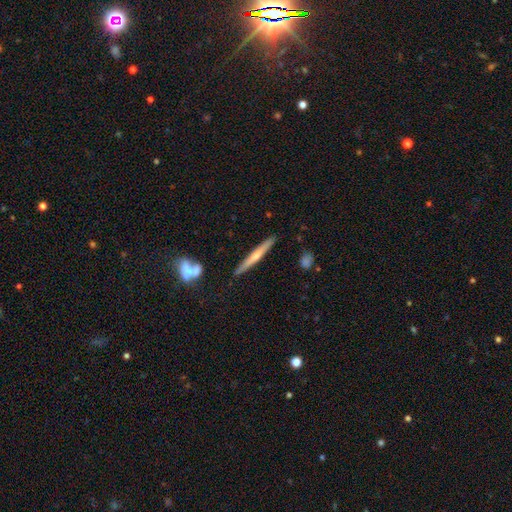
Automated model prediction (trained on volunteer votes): featured or disk 52%, smooth 42%, star or artifact 6%. Down the decision tree: edge-on disk — yes (96%); edge-on bulge — rounded (62%); merging — none (87%).